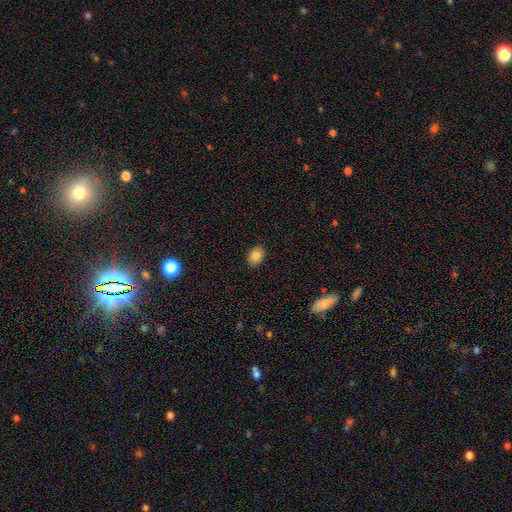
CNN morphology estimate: Overall: smooth (85%). How rounded: in between (78%). Merging: none (89%).